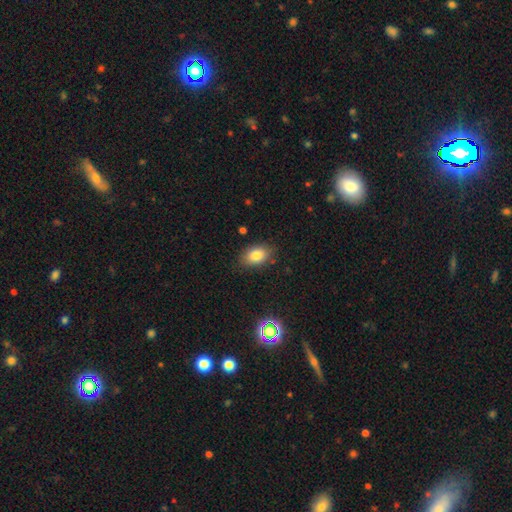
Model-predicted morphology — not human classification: Smooth or featured? Predicted: smooth (p=0.82). How rounded? Predicted: in between (p=0.85). Merging? Predicted: none (p=0.84).